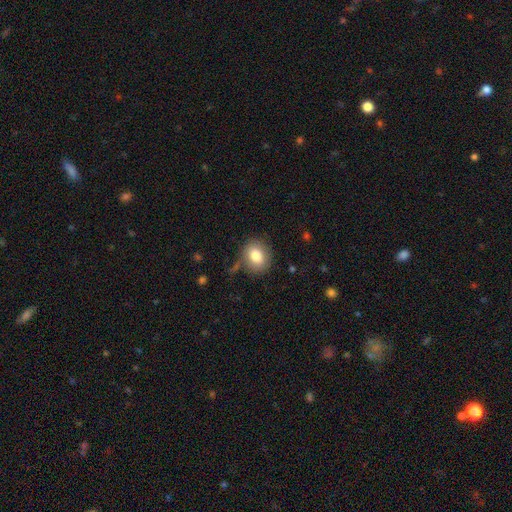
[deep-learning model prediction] smooth 82%, featured or disk 10%, star or artifact 9%. Down the decision tree: how rounded — round (58%); merging — none (79%).